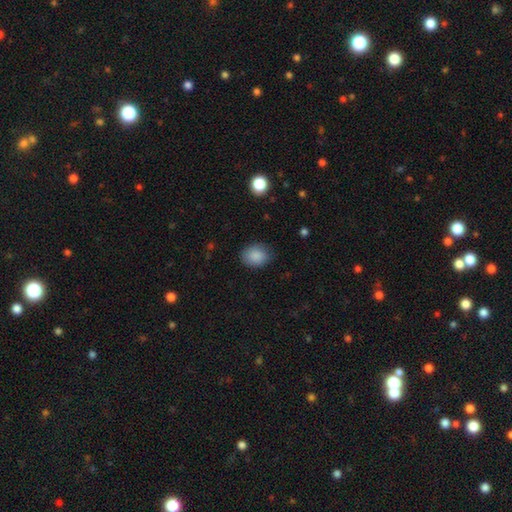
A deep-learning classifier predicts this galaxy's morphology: Overall: smooth (88%). How rounded: in between (51%; round 48%). Merging: none (80%).